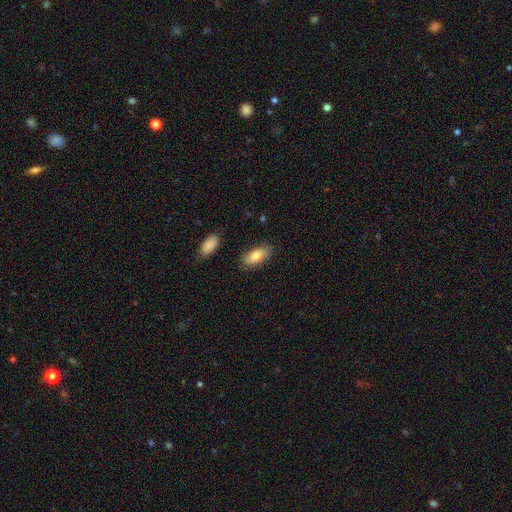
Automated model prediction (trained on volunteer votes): A smooth galaxy with no disk features (81%) that is in between round and cigar-shaped (88%).

Vote fractions:
- Smooth or featured? smooth: 81% / featured or disk: 12% / star or artifact: 6%
- How rounded? in between: 88% / cigar-shaped: 10% / round: 2%
- Merging? none: 79% / minor disturbance: 15% / major disturbance: 3% / merger: 2%